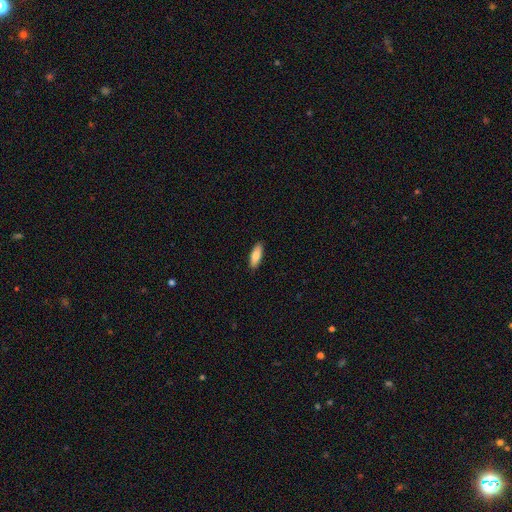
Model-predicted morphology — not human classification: Smooth or featured? smooth (84%)
How rounded? in between (67%)
Merging? none (89%)